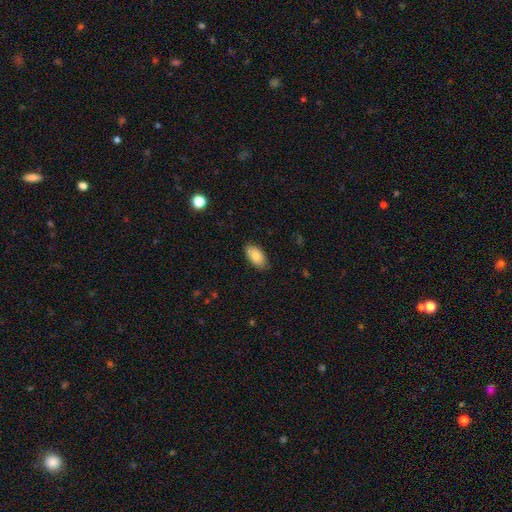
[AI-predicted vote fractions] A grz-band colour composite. It shows a smooth galaxy with no disk features (82%) that is in between round and cigar-shaped (94%). Merging: none (83%).